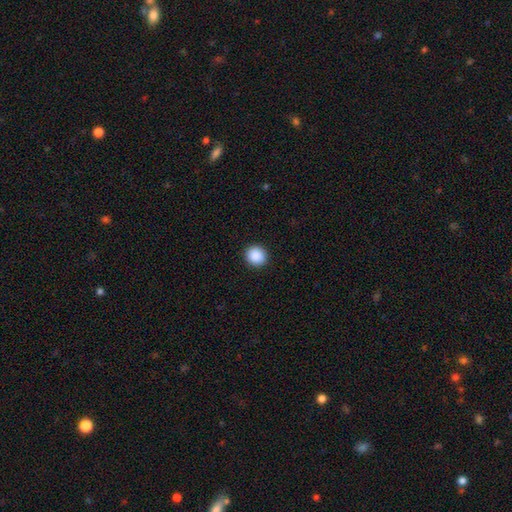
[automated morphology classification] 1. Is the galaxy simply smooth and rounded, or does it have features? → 89% smooth, 8% star or artifact, 2% featured or disk.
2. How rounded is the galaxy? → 92% round, 7% in between, 1% cigar-shaped.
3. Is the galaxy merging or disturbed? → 93% none, 5% minor disturbance, 2% major disturbance, 1% merger.